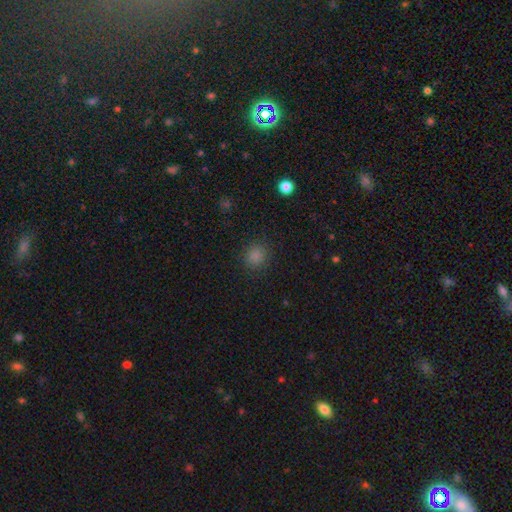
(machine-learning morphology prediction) Smooth or featured?
  - smooth: 82% *
  - star or artifact: 14%
  - featured or disk: 4%
How rounded?
  - round: 82% *
  - in between: 17%
  - cigar-shaped: 1%
Merging?
  - none: 87% *
  - minor disturbance: 9%
  - major disturbance: 3%
  - merger: 1%